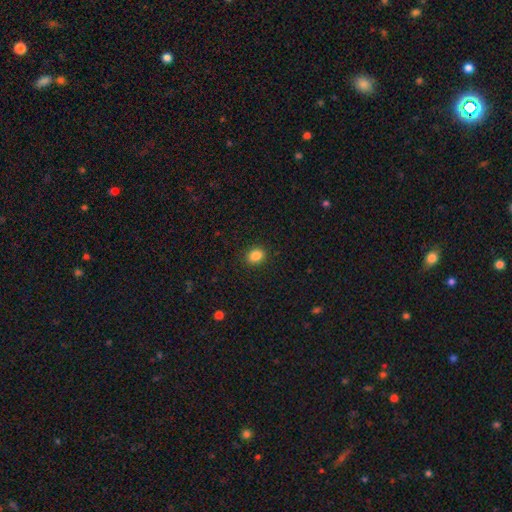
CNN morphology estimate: type=smooth (86%); roundness=in between (54%); merging=none (90%).